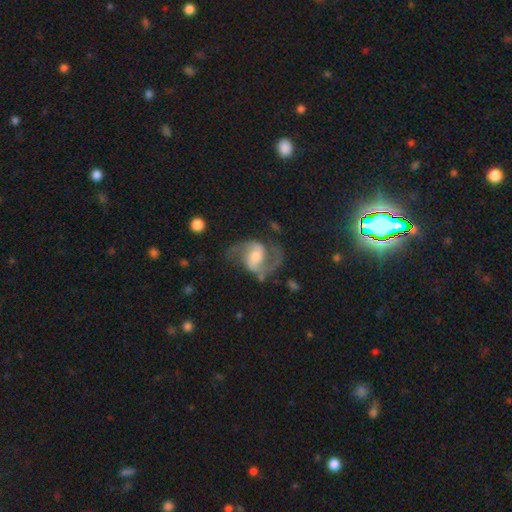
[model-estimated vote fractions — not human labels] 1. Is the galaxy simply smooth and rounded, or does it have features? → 89% featured or disk, 6% smooth, 5% star or artifact.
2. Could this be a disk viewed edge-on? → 98% no, 2% yes.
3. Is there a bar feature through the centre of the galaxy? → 44% weak, 37% no, 19% strong.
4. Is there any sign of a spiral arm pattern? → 97% yes, 3% no.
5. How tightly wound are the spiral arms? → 53% medium, 36% loose, 10% tight.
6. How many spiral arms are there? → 93% 2, 2% can't tell, 2% 1, 1% 3, 1% 4, 1% more than 4.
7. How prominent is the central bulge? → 59% moderate, 28% small, 9% large, 2% none, 1% dominant.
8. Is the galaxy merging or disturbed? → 70% none, 16% minor disturbance, 12% major disturbance, 2% merger.